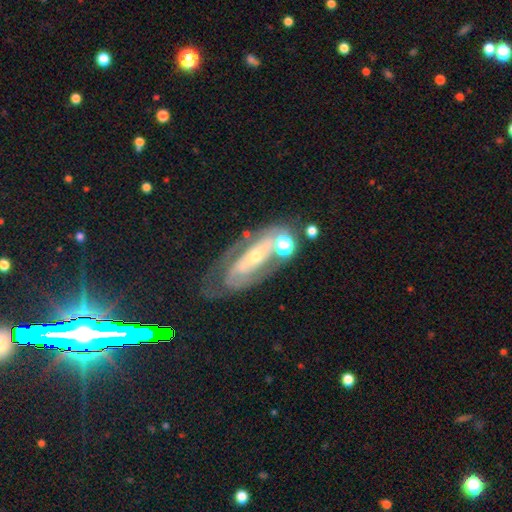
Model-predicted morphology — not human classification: Overall: featured or disk (76%). Edge-on disk: no (87%). Bar: no (44%; strong 33%). Spiral arms: yes (70%; no 30%). Bulge size: small (63%; moderate 30%). Merging: none (51%; minor disturbance 20%).